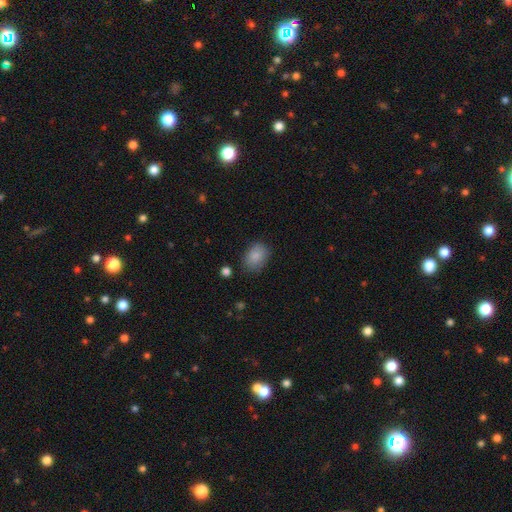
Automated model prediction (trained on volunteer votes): Morphology: type=smooth (87%); roundness=in between (75%); merging=none (78%).